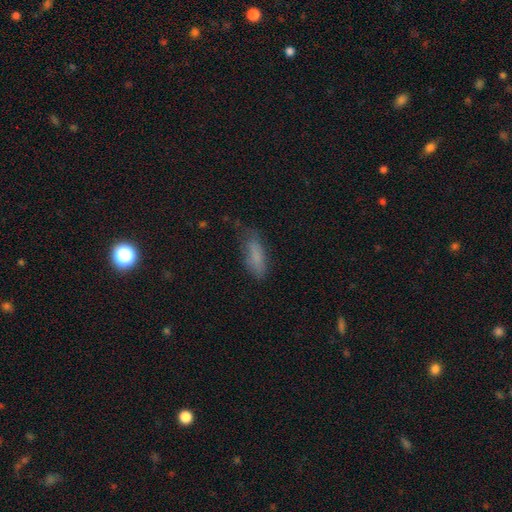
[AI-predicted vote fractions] This is likely a smooth galaxy (78%). How rounded: possibly in between (60%). Merging: possibly none (56%).